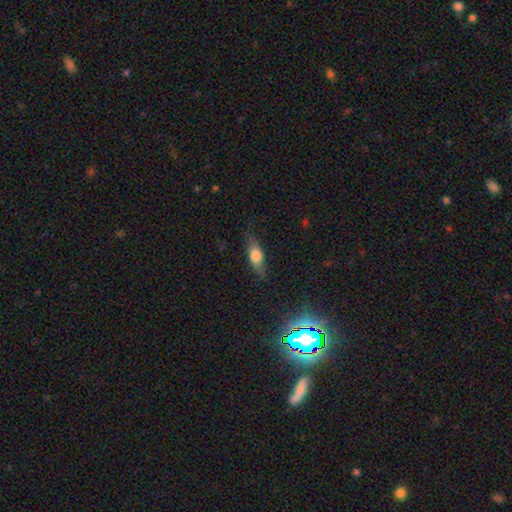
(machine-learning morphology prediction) Smooth or featured? smooth (63%)
How rounded? in between (63%)
Merging? none (74%)